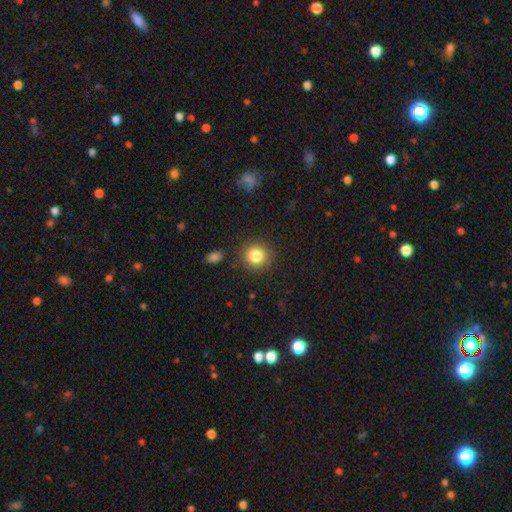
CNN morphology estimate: This is clearly a smooth galaxy (84%). How rounded: clearly round (90%). Merging: clearly none (88%).